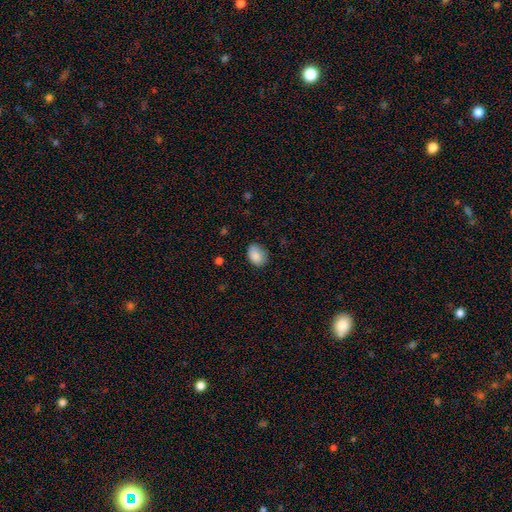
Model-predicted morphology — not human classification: The model was most divided on "merging": none: 67%, minor disturbance: 26%, major disturbance: 5%, merger: 1%. More confident: smooth or featured — smooth (85%); how rounded — in between (70%).